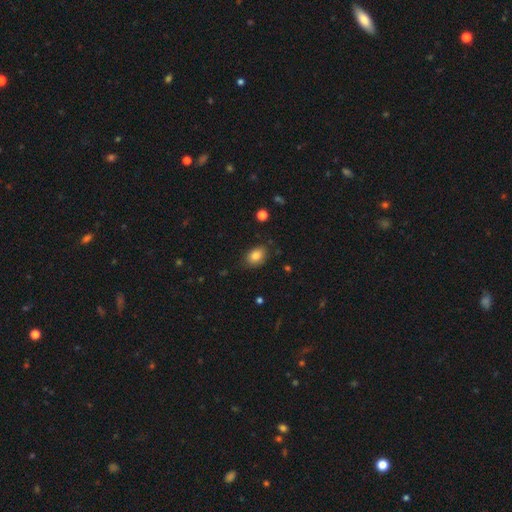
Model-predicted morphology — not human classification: smooth 83%, star or artifact 10%, featured or disk 8%. Down the decision tree: how rounded — in between (72%); merging — none (81%).